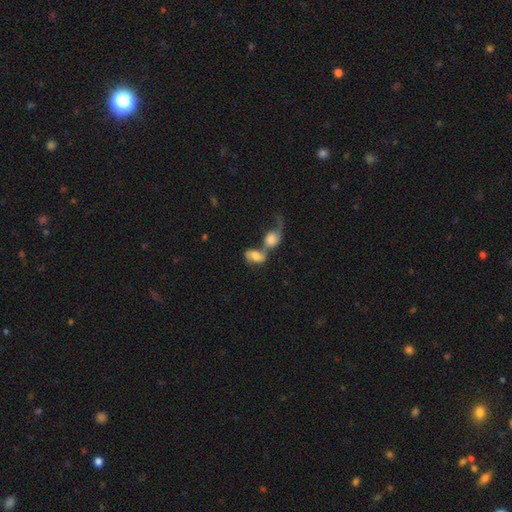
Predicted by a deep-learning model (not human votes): Smooth or featured? smooth (49%)
Merging? merger (73%)